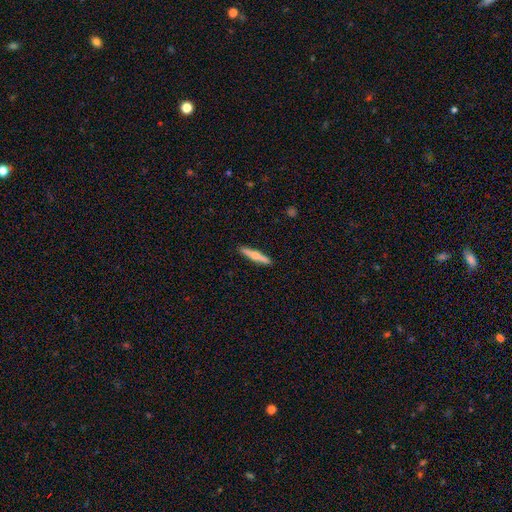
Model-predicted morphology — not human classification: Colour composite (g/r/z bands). It shows a smooth galaxy with no disk features (49%). Merging: none (91%).